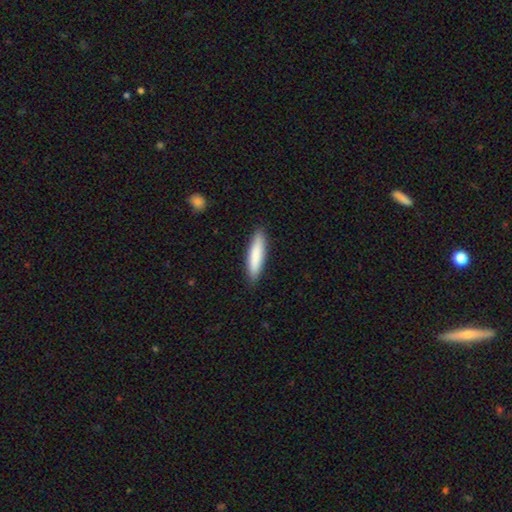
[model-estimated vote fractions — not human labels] The model was most divided on "how rounded": cigar-shaped: 80%, in between: 19%, round: 1%. More confident: merging — none (89%); smooth or featured — smooth (83%).